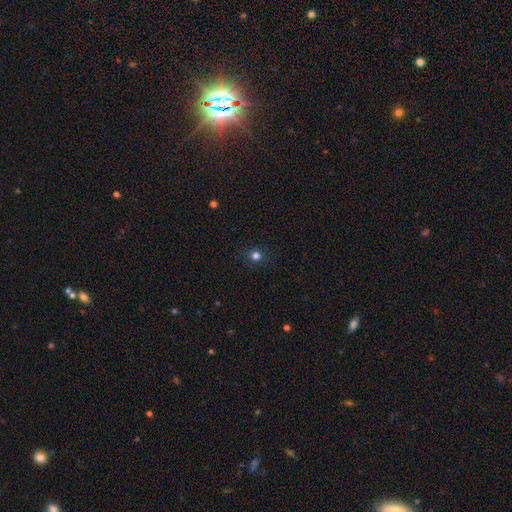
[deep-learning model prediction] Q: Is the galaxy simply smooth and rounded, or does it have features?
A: smooth — 77%.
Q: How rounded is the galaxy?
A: round — 90%.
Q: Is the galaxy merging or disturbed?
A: none — 90%.